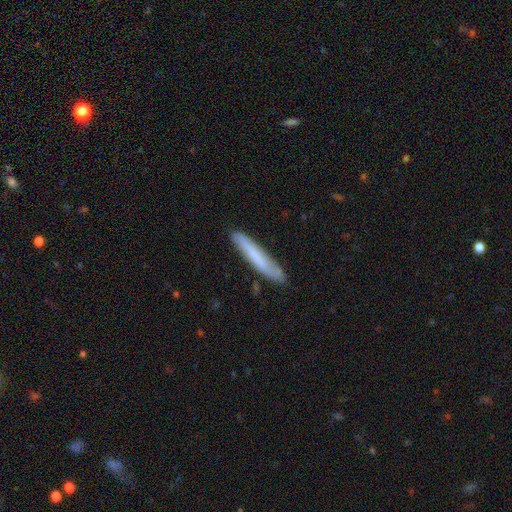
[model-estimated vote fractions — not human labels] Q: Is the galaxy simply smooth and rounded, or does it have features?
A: smooth — 63%.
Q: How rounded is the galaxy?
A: cigar-shaped — 94%.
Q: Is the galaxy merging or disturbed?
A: none — 85%.